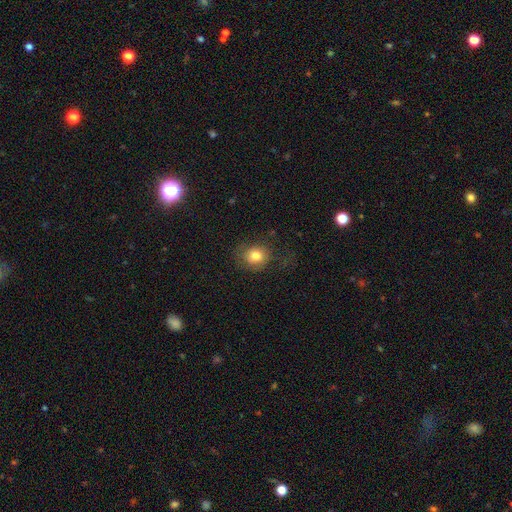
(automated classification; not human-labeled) smooth_or_featured: smooth (p=0.78) [alt: featured or disk p=0.12]
how_rounded: round (p=0.74) [alt: in between p=0.25]
merging: none (p=0.63) [alt: minor disturbance p=0.20]